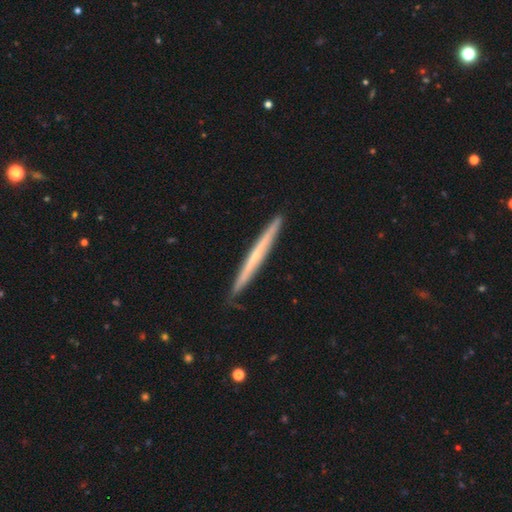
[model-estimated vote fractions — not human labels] Overall: featured or disk (61%; smooth 34%). Edge-on disk: yes (97%). Edge-on bulge: none (69%). Merging: none (89%).